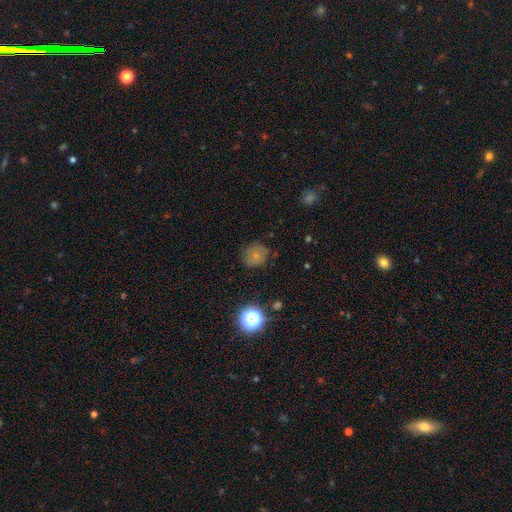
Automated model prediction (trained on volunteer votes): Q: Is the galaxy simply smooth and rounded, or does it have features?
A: smooth — 71%.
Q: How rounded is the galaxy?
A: round — 84%.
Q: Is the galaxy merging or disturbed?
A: none — 78%.